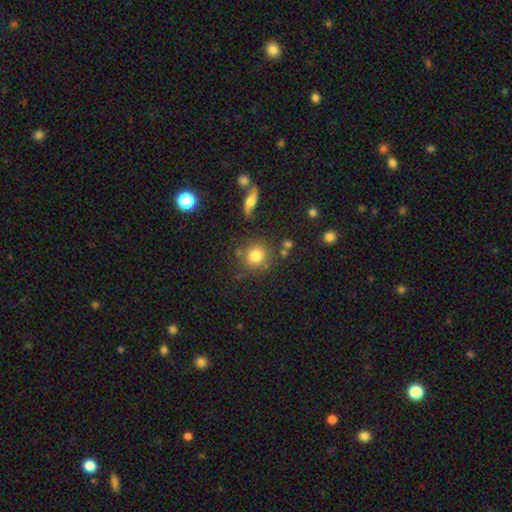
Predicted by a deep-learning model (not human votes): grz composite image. It shows a smooth galaxy with no disk features (80%) that is round (88%). Merging: none (77%).